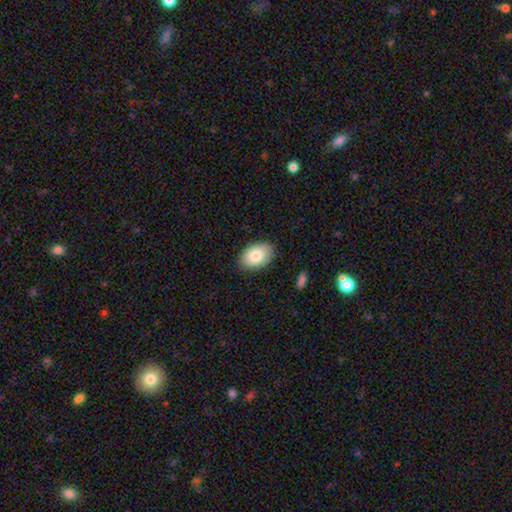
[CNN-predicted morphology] This is clearly a smooth galaxy (83%). How rounded: clearly in between (89%). Merging: clearly none (86%).